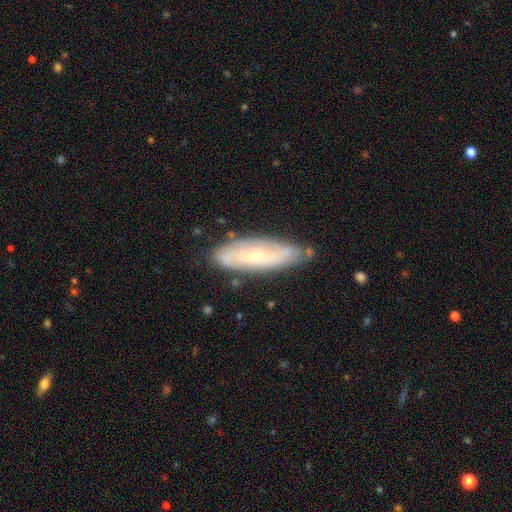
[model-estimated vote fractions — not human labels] featured or disk 55%, smooth 39%, star or artifact 7%. Down the decision tree: edge-on disk — no (72%); merging — none (70%).